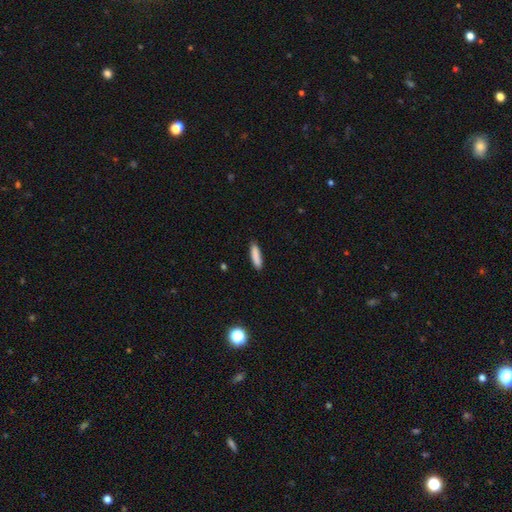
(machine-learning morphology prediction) This is clearly a smooth galaxy (87%). How rounded: likely cigar-shaped (74%). Merging: clearly none (86%).